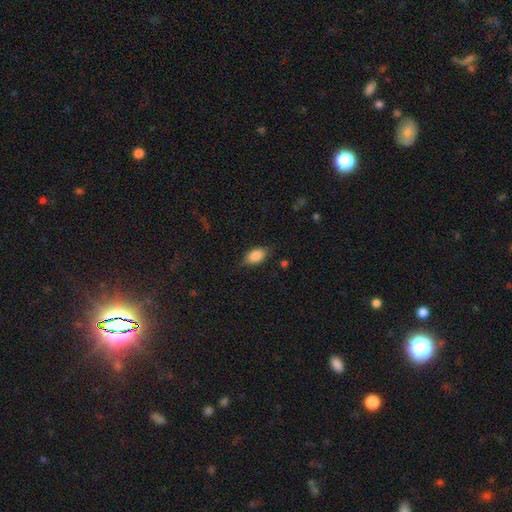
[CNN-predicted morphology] Smooth or featured? Predicted: smooth (p=0.84). How rounded? Predicted: in between (p=0.90). Merging? Predicted: none (p=0.74).